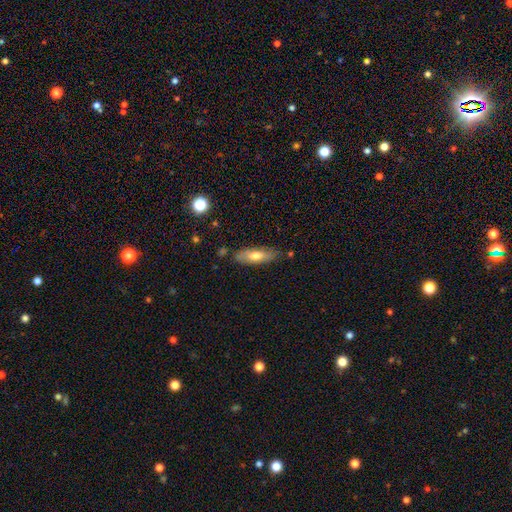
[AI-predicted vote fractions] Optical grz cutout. It shows a smooth galaxy with no disk features (61%) that is in between round and cigar-shaped (55%). Merging: none (78%).